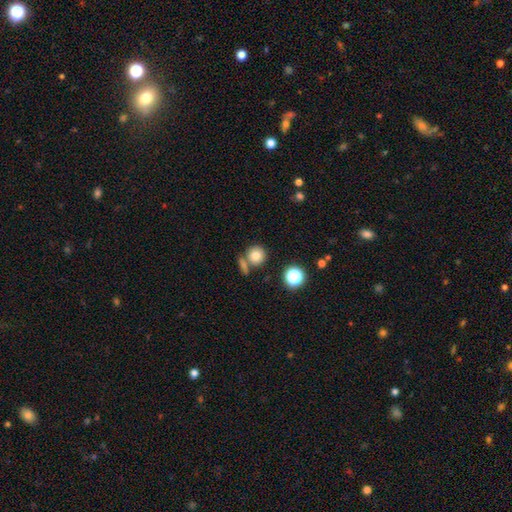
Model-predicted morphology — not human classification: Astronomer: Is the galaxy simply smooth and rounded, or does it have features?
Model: smooth — 79%.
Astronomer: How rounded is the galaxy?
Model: round — 90%.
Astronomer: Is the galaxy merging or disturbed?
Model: none — 66%.